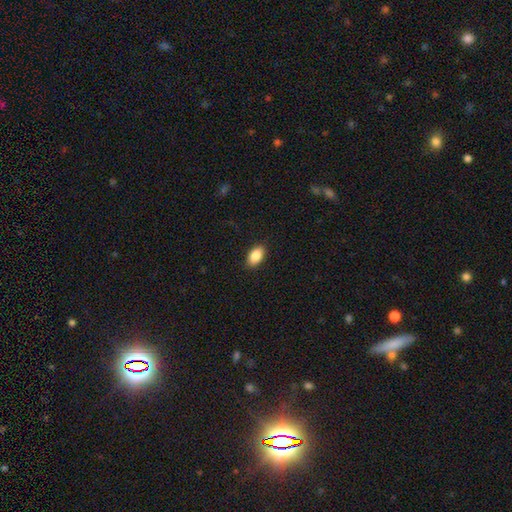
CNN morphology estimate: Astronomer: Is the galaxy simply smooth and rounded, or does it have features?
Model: smooth — 87%.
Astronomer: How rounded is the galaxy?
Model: in between — 92%.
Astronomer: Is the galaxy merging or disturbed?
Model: none — 90%.